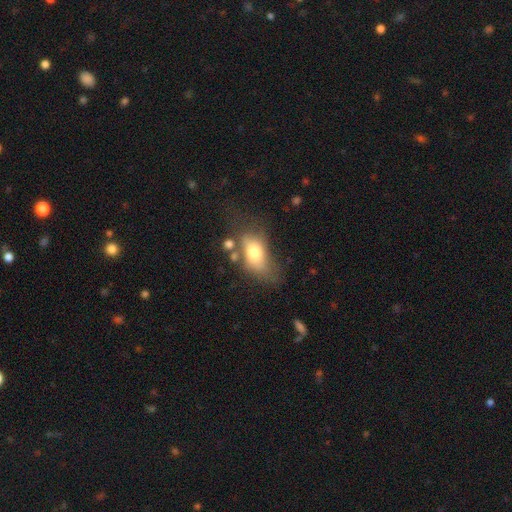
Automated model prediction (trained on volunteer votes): Smooth or featured: smooth — 68% (featured or disk — 23%)
How rounded: in between — 85% (round — 9%)
Merging: none — 39% (minor disturbance — 27%)